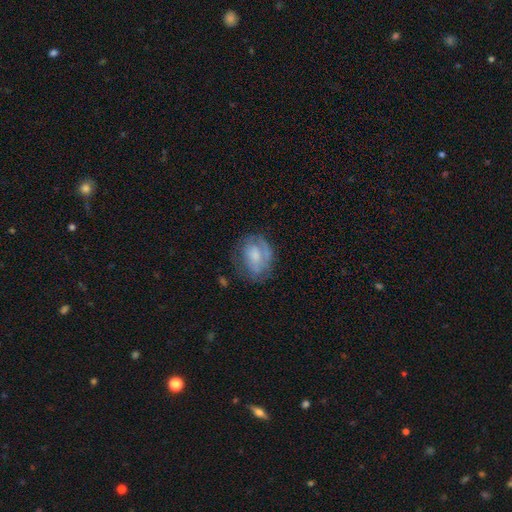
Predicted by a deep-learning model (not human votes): smooth_or_featured: featured or disk (p=0.49) [alt: smooth p=0.42]
merging: none (p=0.58) [alt: minor disturbance p=0.25]